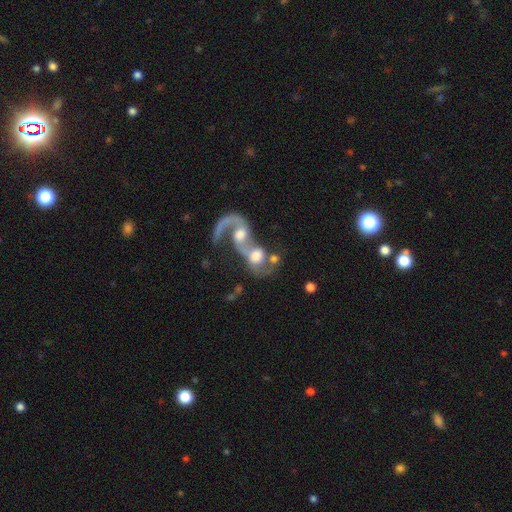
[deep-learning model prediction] Smooth or featured?
  - featured or disk: 57% *
  - smooth: 33%
  - star or artifact: 9%
Edge-on disk?
  - no: 95% *
  - yes: 5%
Bar?
  - no: 68% *
  - weak: 25%
  - strong: 7%
Spiral arms?
  - yes: 68% *
  - no: 32%
Bulge size?
  - moderate: 43% *
  - large: 32%
  - small: 11%
  - none: 9%
  - dominant: 5%
Merging?
  - merger: 81% *
  - major disturbance: 9%
  - none: 7%
  - minor disturbance: 3%